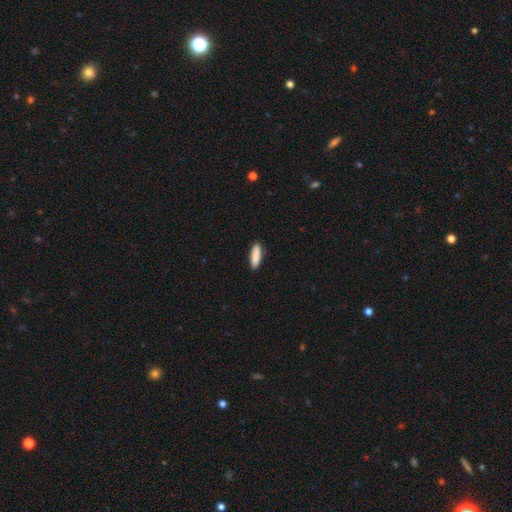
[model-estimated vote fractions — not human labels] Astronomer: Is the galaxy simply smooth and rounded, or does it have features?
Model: smooth — 89%.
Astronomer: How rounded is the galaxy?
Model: cigar-shaped — 58% (runner-up: in between, 41%).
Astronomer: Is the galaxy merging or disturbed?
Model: none — 90%.